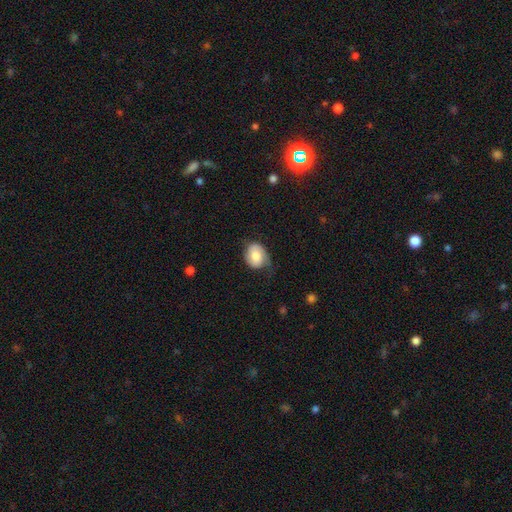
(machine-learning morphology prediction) Smooth or featured: smooth — 60% (featured or disk — 33%)
How rounded: in between — 55% (round — 44%)
Merging: none — 53% (minor disturbance — 32%)